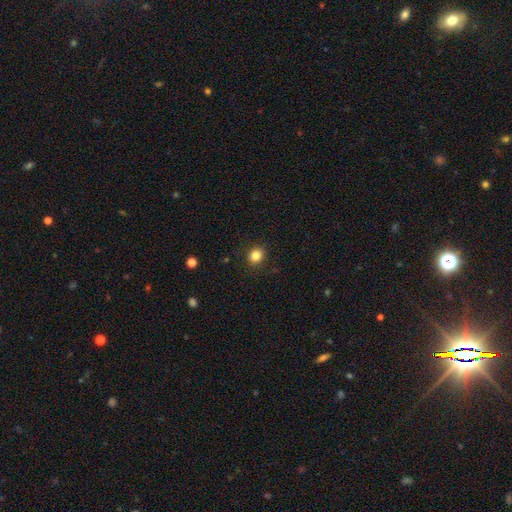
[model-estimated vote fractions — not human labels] Smooth or featured?
  - smooth: 84% *
  - star or artifact: 12%
  - featured or disk: 5%
How rounded?
  - round: 78% *
  - in between: 22%
  - cigar-shaped: 1%
Merging?
  - none: 90% *
  - minor disturbance: 7%
  - major disturbance: 2%
  - merger: 1%